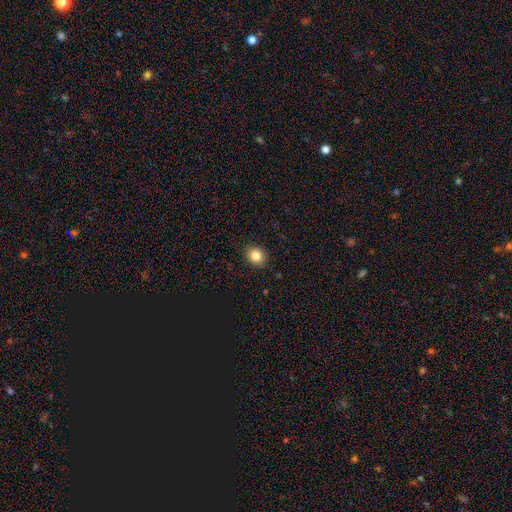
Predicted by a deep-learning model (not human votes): The model was most divided on "how rounded": round: 66%, in between: 33%, cigar-shaped: 1%. More confident: merging — none (90%); smooth or featured — smooth (84%).